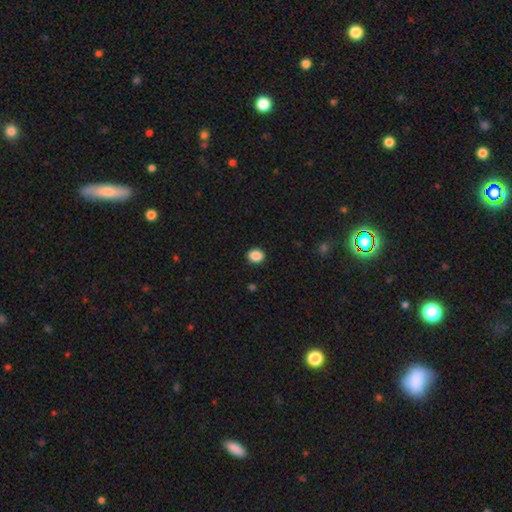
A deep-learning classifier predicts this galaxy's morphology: A smooth galaxy with no disk features (88%) that is round (53%). Merging: none (89%).